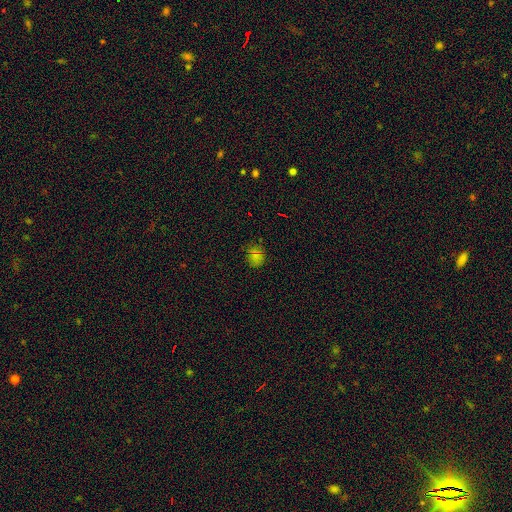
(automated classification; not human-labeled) This is likely a smooth galaxy (70%). How rounded: likely round (73%). Merging: likely none (79%).